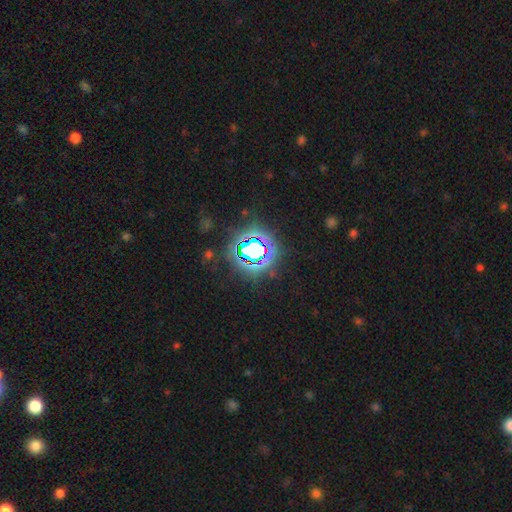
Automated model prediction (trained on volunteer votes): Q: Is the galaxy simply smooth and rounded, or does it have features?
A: star or artifact — 73%.